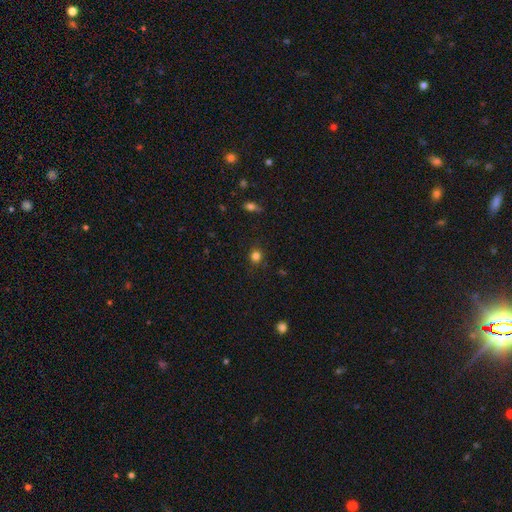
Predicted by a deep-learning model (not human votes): Smooth or featured?
  - smooth: 81% *
  - star or artifact: 14%
  - featured or disk: 5%
How rounded?
  - round: 85% *
  - in between: 14%
  - cigar-shaped: 1%
Merging?
  - none: 87% *
  - minor disturbance: 9%
  - major disturbance: 2%
  - merger: 1%